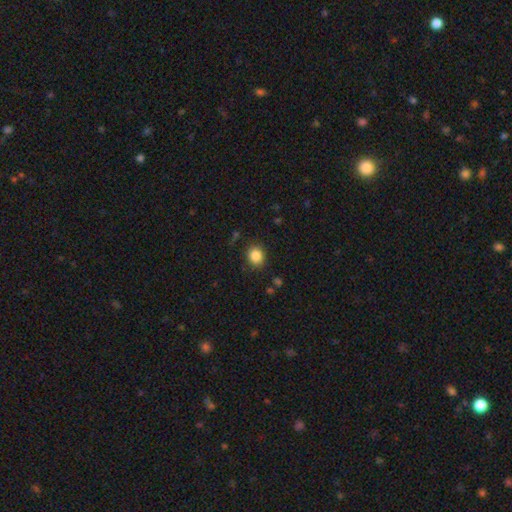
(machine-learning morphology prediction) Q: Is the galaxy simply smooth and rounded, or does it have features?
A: smooth — 86%.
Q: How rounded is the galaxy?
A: round — 72%.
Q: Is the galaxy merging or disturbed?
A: none — 86%.